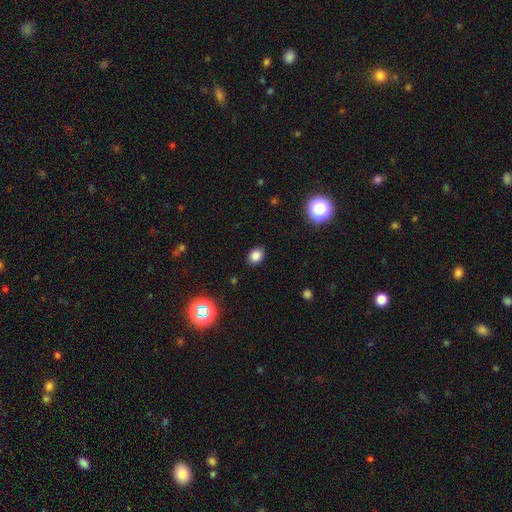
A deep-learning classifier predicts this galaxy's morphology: smooth_or_featured: smooth (p=0.82) [alt: star or artifact p=0.13]
how_rounded: in between (p=0.55) [alt: round p=0.44]
merging: none (p=0.86) [alt: minor disturbance p=0.10]